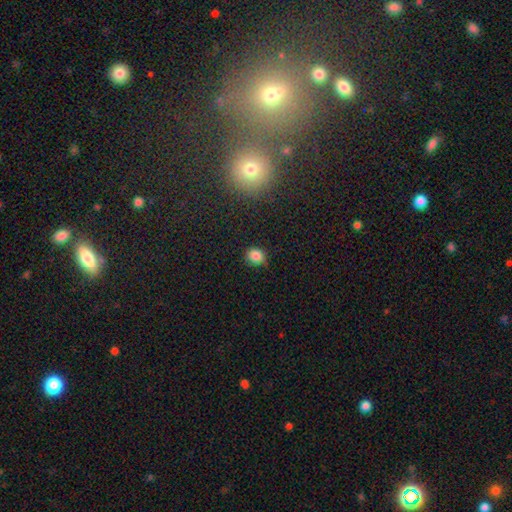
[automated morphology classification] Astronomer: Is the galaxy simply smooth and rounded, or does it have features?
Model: smooth — 84%.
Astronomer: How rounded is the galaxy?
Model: round — 74%.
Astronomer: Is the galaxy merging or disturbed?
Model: none — 76%.